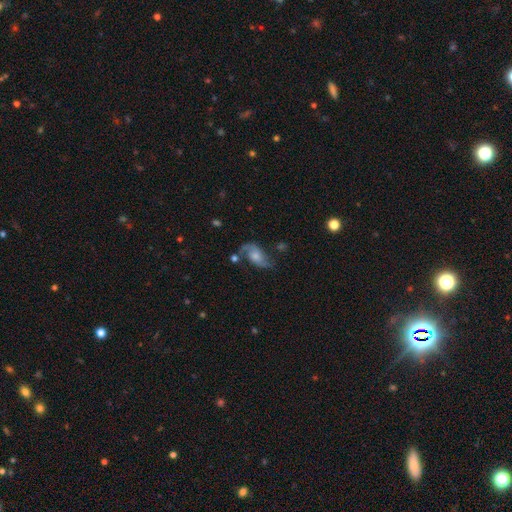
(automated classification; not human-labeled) smooth_or_featured: featured or disk (p=0.75) [alt: smooth p=0.17]
disk_edge_on: no (p=0.96) [alt: yes p=0.04]
bar: no (p=0.63) [alt: weak p=0.31]
has_spiral_arms: yes (p=0.93) [alt: no p=0.07]
spiral_winding: loose (p=0.54) [alt: medium p=0.35]
spiral_arm_count: 2 (p=0.83) [alt: 1 p=0.10]
bulge_size: moderate (p=0.45) [alt: small p=0.37]
merging: none (p=0.54) [alt: minor disturbance p=0.21]